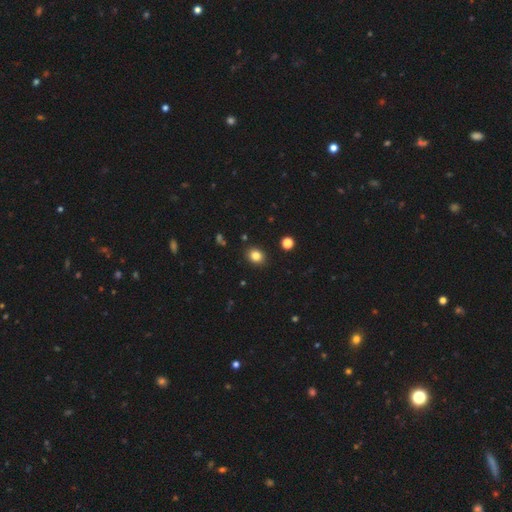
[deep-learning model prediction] A smooth galaxy with no disk features (83%) that is round (58%). Merging: none (89%).